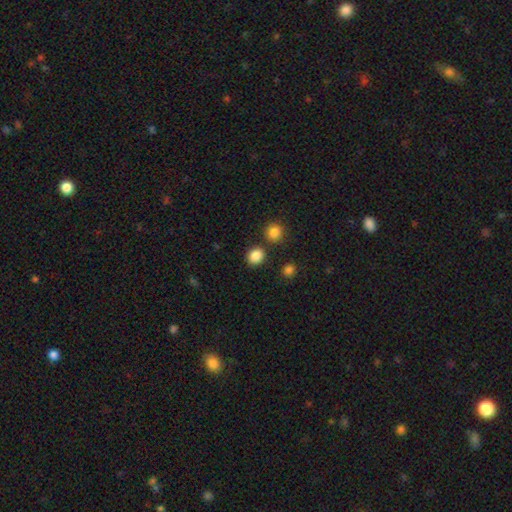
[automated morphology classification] A smooth galaxy with no disk features (86%) that is round (77%). Merging: none (82%).